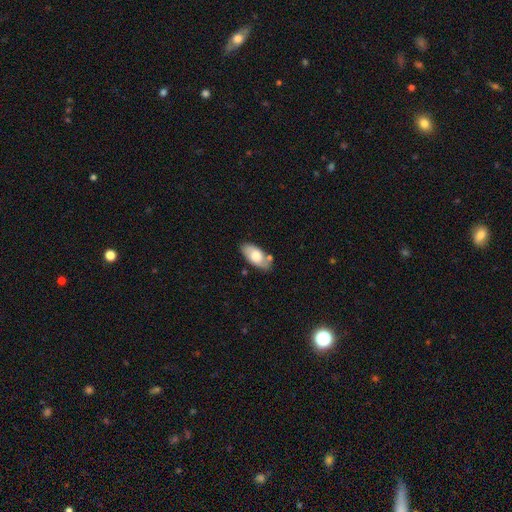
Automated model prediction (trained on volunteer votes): Smooth or featured? Predicted: smooth (p=0.66). How rounded? Predicted: in between (p=0.93). Merging? Predicted: none (p=0.71).